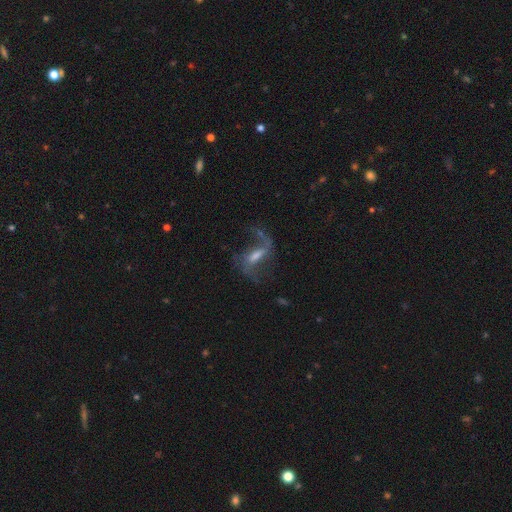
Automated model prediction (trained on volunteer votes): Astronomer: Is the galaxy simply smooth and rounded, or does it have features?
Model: featured or disk — 81%.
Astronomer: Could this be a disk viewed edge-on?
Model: no — 93%.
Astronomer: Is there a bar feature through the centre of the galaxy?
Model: weak — 48% (runner-up: strong, 34%).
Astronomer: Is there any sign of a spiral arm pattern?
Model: yes — 92%.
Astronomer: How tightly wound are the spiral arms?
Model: loose — 76%.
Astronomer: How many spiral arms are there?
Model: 2 — 79%.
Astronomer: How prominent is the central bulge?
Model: moderate — 44% (runner-up: small, 34%).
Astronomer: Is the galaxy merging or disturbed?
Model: none — 56%.